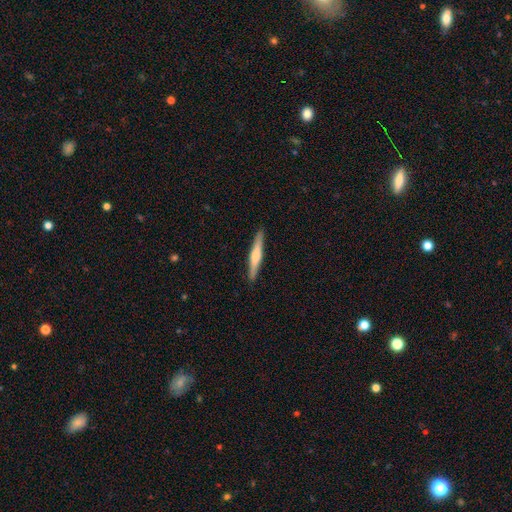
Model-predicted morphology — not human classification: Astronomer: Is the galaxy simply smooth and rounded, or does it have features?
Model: featured or disk — 49% (runner-up: smooth, 46%).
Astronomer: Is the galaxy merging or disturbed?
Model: none — 91%.